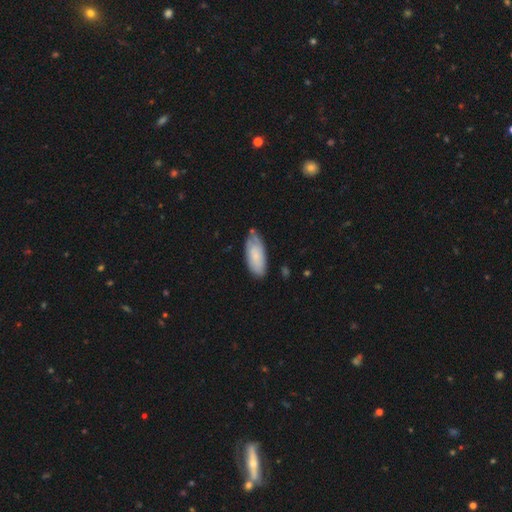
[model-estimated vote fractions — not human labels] A smooth galaxy with no disk features (73%) that is in between round and cigar-shaped (85%). Merging: none (64%).